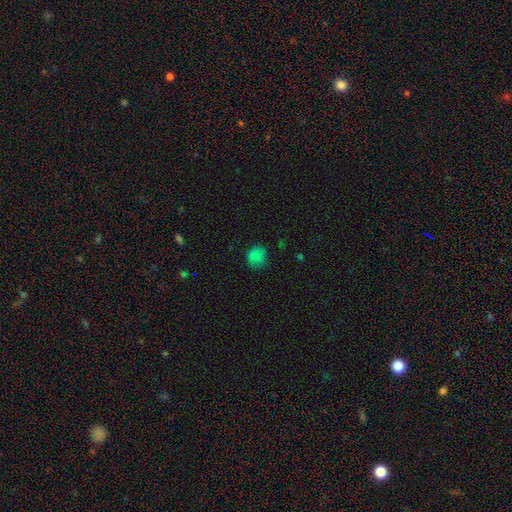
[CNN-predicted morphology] smooth_or_featured: smooth (p=0.78) [alt: star or artifact p=0.17]
how_rounded: round (p=0.78) [alt: in between p=0.21]
merging: none (p=0.74) [alt: minor disturbance p=0.19]